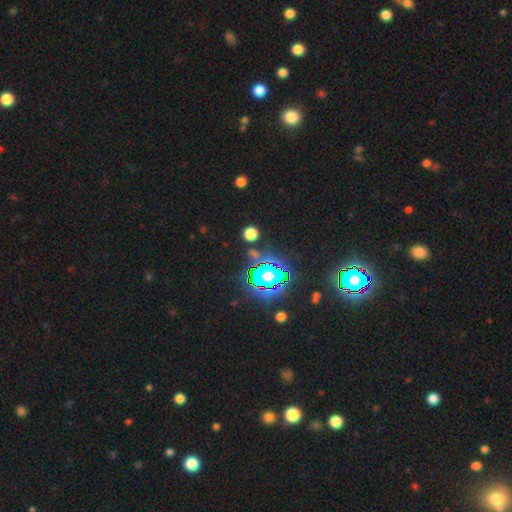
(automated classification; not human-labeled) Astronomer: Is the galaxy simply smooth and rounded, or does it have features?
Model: star or artifact — 74%.